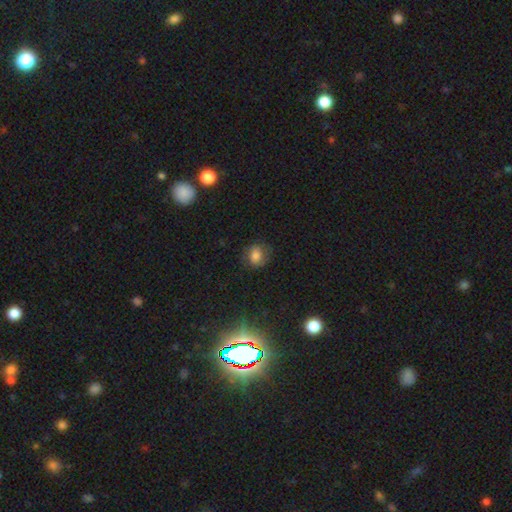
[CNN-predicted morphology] The model was most divided on "how rounded": round: 64%, in between: 35%, cigar-shaped: 1%. More confident: merging — none (72%); smooth or featured — smooth (70%).